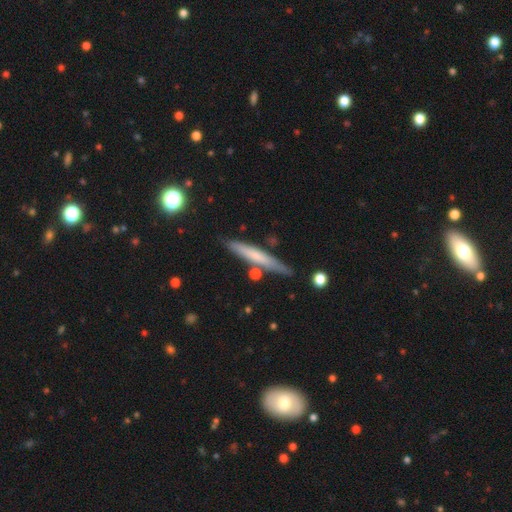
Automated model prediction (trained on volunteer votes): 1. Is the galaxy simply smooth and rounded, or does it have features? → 57% smooth, 37% featured or disk, 6% star or artifact.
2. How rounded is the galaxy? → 94% cigar-shaped, 4% in between, 1% round.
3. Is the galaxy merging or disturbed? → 82% none, 11% minor disturbance, 4% merger, 2% major disturbance.